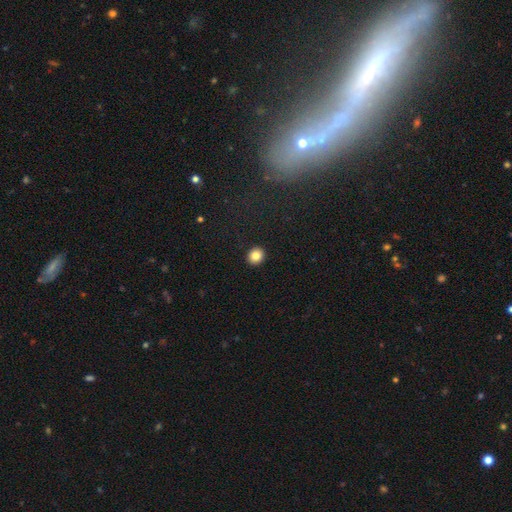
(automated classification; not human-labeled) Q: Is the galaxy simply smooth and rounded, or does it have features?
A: smooth — 84%.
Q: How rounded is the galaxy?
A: round — 77%.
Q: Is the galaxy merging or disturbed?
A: none — 92%.